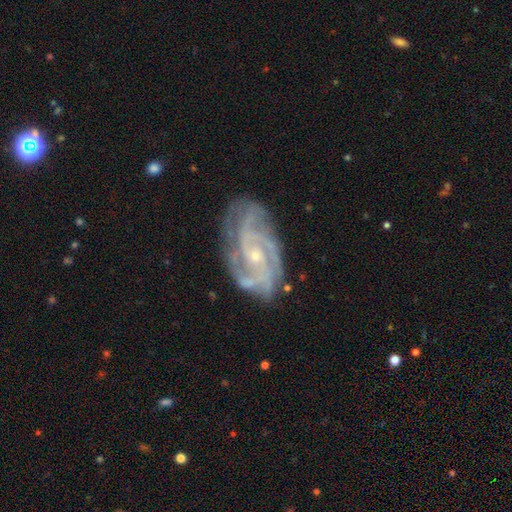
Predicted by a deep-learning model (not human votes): A featured or disk galaxy (89%) with no bar (63%), 3 (33%) tight (55%) spiral arms (98%) and a small central bulge (69%).

Vote fractions:
- Smooth or featured? featured or disk: 89% / star or artifact: 6% / smooth: 5%
- Edge-on disk? no: 97% / yes: 3%
- Bar? no: 63% / weak: 29% / strong: 8%
- Spiral arms? yes: 98% / no: 2%
- Spiral winding? tight: 55% / medium: 38% / loose: 7%
- Spiral arm count? 3: 33% / 2: 22% / 4: 18% / can't tell: 16% / more than 4: 6% / 1: 6%
- Bulge size? small: 69% / moderate: 27% / none: 2% / large: 1% / dominant: 1%
- Merging? none: 72% / minor disturbance: 20% / major disturbance: 6% / merger: 2%